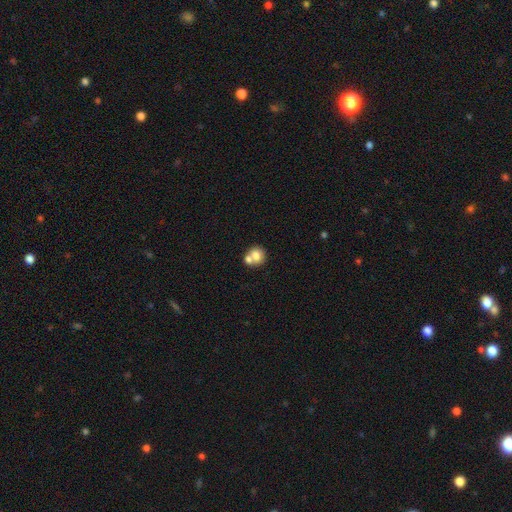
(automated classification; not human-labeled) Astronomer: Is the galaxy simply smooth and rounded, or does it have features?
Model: smooth — 74%.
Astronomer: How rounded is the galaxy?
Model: round — 80%.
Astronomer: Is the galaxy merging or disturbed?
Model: merger — 46% (runner-up: none, 43%).